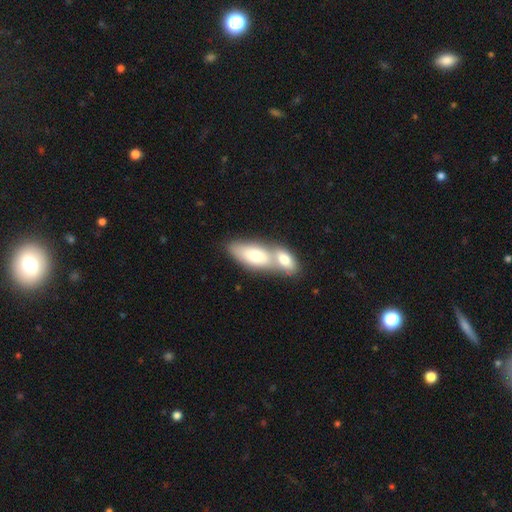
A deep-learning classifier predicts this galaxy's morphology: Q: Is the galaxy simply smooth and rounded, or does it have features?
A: smooth — 66%.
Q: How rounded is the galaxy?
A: in between — 81%.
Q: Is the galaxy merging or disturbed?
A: merger — 67%.